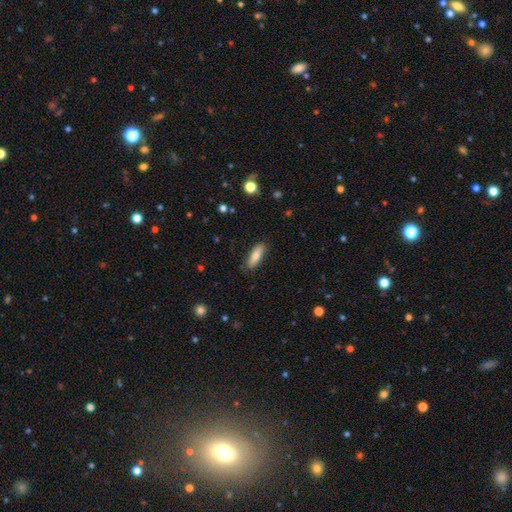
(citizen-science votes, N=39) Q: Smooth or featured?
A: smooth (79%); runner-up: featured or disk (15%)
Q: How rounded?
A: cigar-shaped (84%); runner-up: in between (16%)
Q: Merging?
A: none (84%); runner-up: minor disturbance (16%)